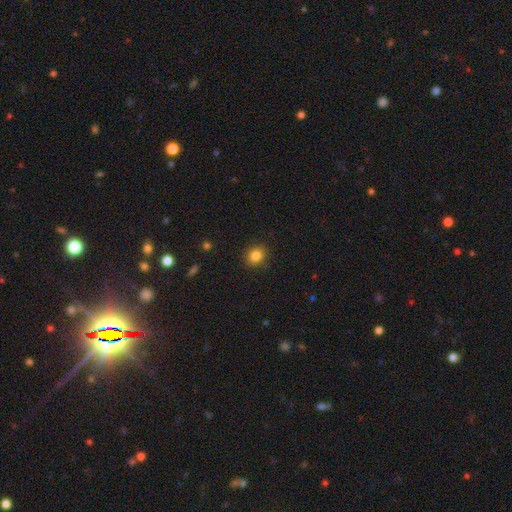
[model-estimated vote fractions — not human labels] This is clearly a smooth galaxy (84%). How rounded: likely round (71%). Merging: clearly none (89%).